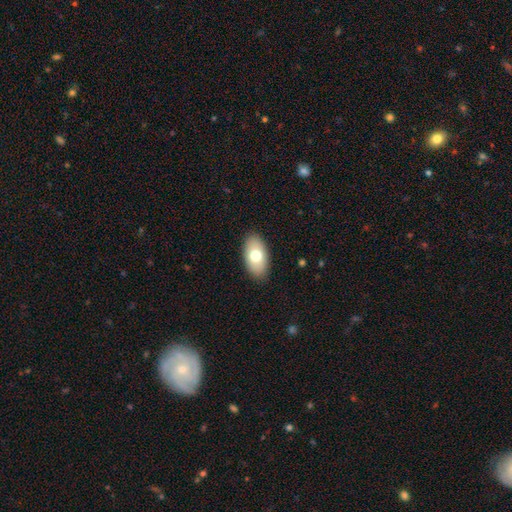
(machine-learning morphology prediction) Smooth or featured? smooth (72%)
How rounded? in between (94%)
Merging? none (88%)